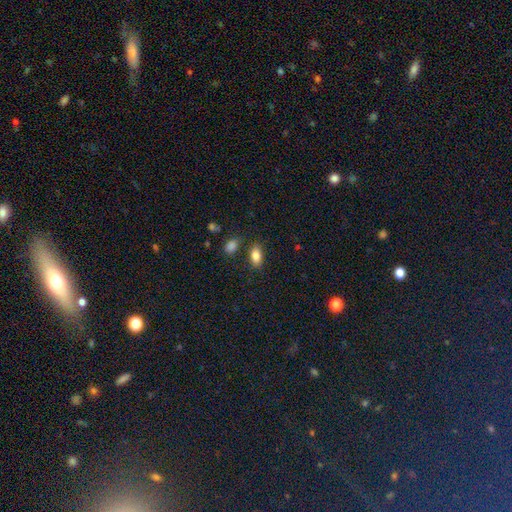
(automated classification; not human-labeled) This is clearly a smooth galaxy (84%). How rounded: clearly in between (89%). Merging: clearly none (82%).